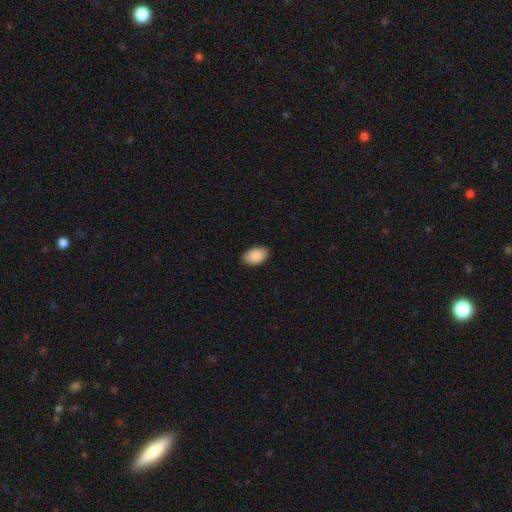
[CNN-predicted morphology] A smooth galaxy with no disk features (89%) that is in between round and cigar-shaped (93%). Merging: none (89%).